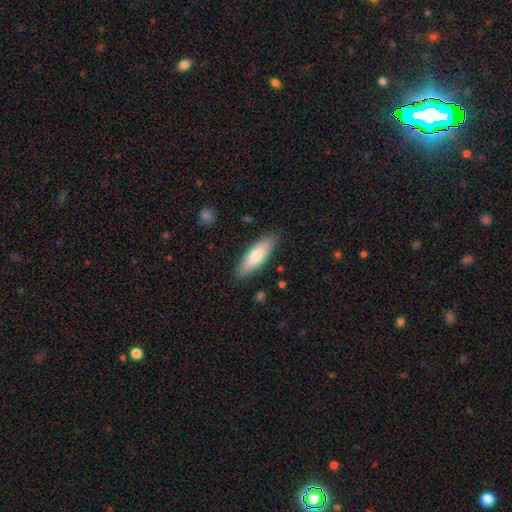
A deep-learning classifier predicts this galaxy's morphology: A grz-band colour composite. It shows a smooth galaxy with no disk features (76%) that is in between round and cigar-shaped (50%). Merging: none (87%).